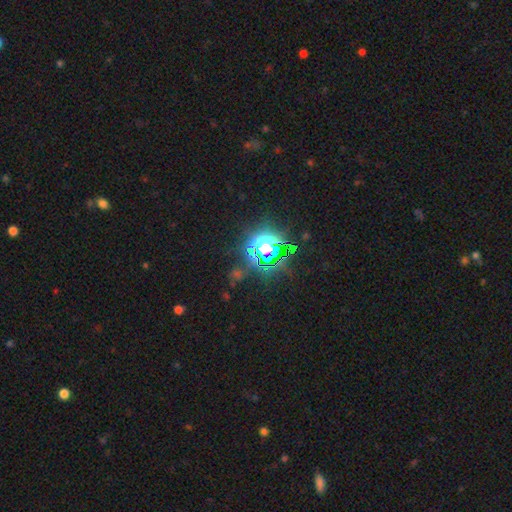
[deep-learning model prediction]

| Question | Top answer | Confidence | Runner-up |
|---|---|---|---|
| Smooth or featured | star or artifact | 81% | smooth (12%) |